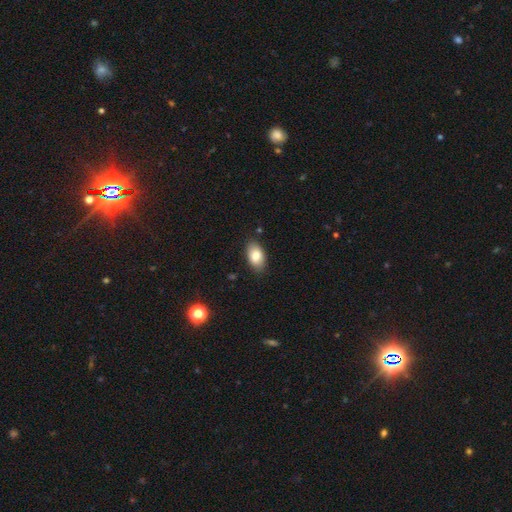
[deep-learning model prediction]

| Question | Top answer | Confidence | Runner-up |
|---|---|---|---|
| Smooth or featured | smooth | 83% | featured or disk (10%) |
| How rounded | in between | 93% | round (5%) |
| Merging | none | 85% | minor disturbance (11%) |